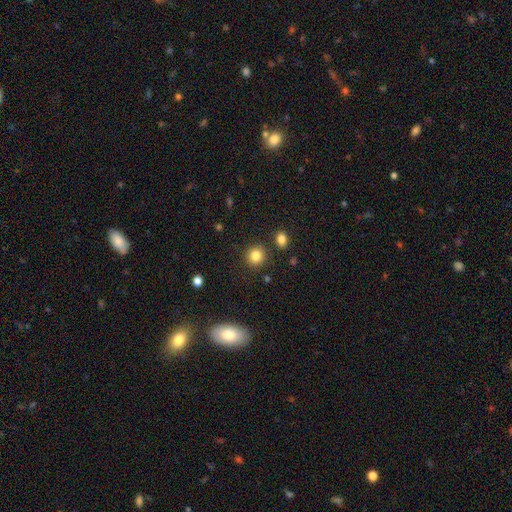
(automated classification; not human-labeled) A smooth galaxy with no disk features (83%) that is round (88%). Merging: none (86%).